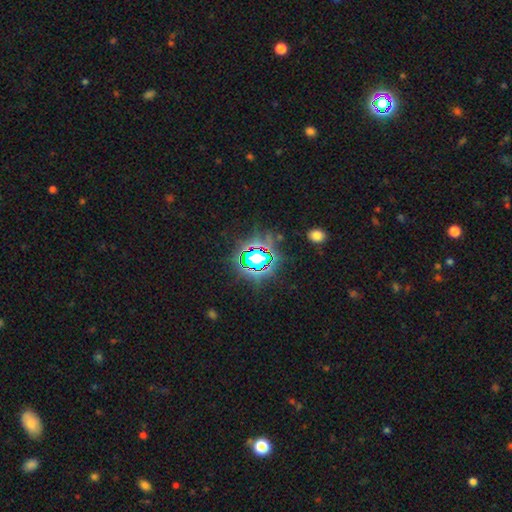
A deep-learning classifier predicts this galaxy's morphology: type=star or artifact (73%).